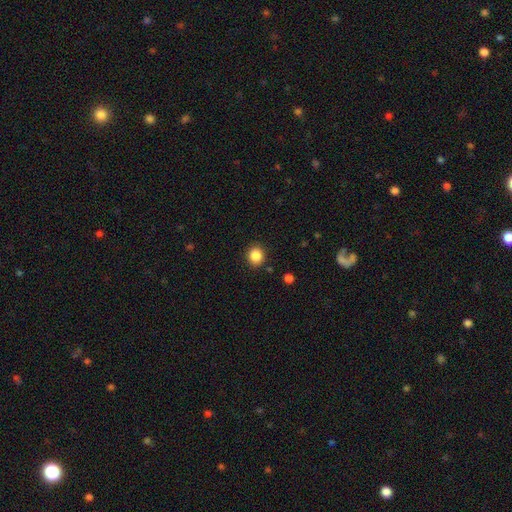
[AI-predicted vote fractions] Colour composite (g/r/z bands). It shows a smooth galaxy with no disk features (86%) that is round (79%). Merging: none (89%).